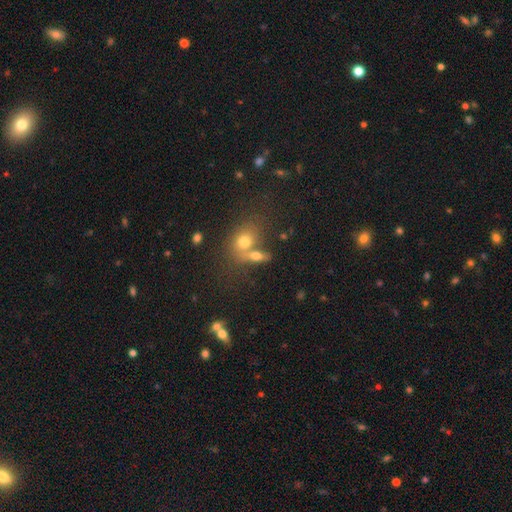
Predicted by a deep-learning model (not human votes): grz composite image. It shows a smooth galaxy with no disk features (67%) that is in between round and cigar-shaped (66%). Merging: merger (44%).